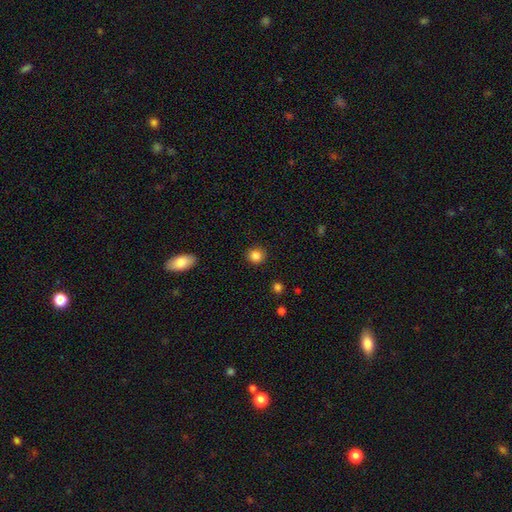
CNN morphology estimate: Q: Smooth or featured?
A: smooth (85%); runner-up: star or artifact (11%)
Q: How rounded?
A: round (88%); runner-up: in between (11%)
Q: Merging?
A: none (90%); runner-up: minor disturbance (6%)